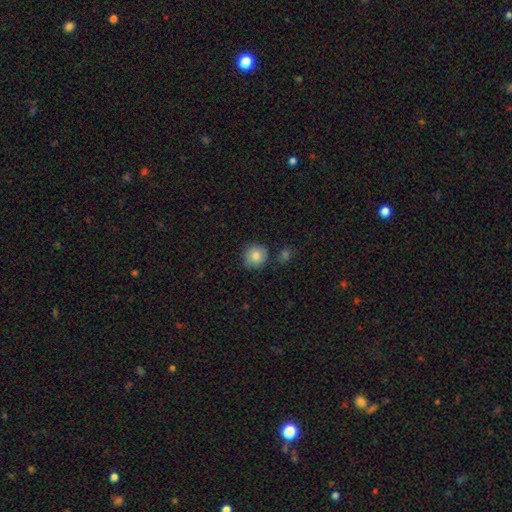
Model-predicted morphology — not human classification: This is clearly a smooth galaxy (83%). How rounded: clearly round (90%). Merging: likely none (80%).